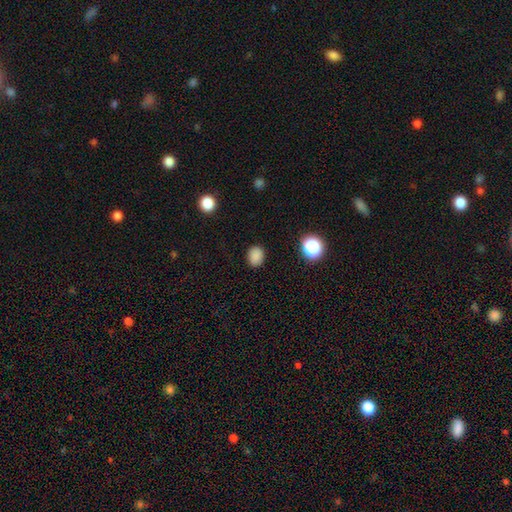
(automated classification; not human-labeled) Overall: smooth (85%). How rounded: round (54%; in between 45%). Merging: none (88%).